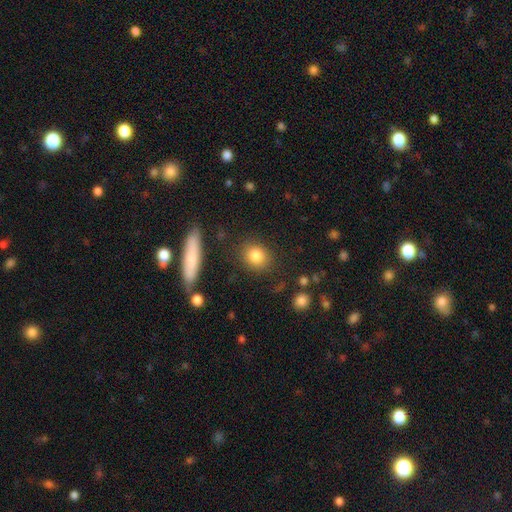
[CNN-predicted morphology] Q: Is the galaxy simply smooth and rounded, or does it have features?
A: smooth — 84%.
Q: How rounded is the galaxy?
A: round — 68%.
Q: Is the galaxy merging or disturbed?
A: none — 85%.